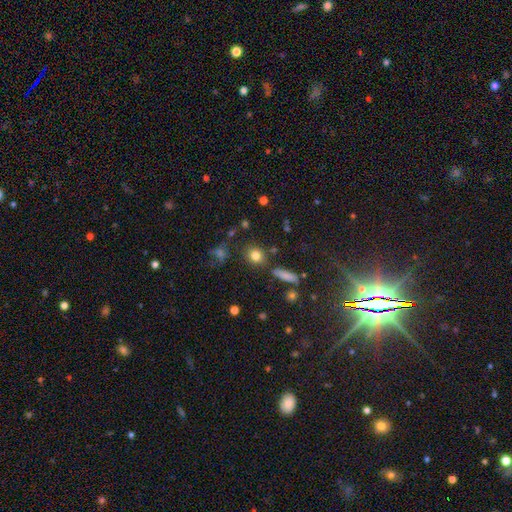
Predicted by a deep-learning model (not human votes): Overall: smooth (81%). How rounded: round (74%). Merging: none (82%).